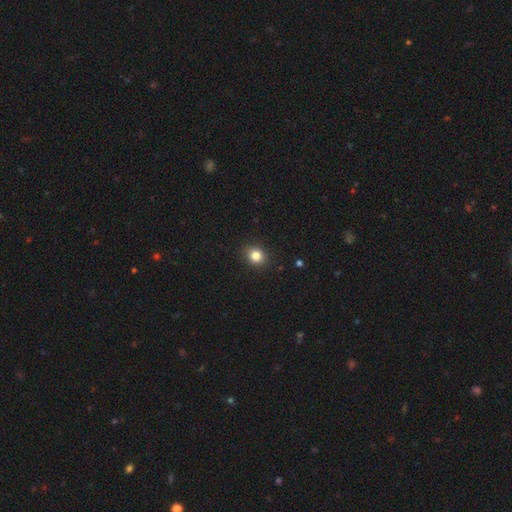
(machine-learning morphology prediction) smooth 83%, star or artifact 12%, featured or disk 6%. Down the decision tree: how rounded — round (77%); merging — none (91%).